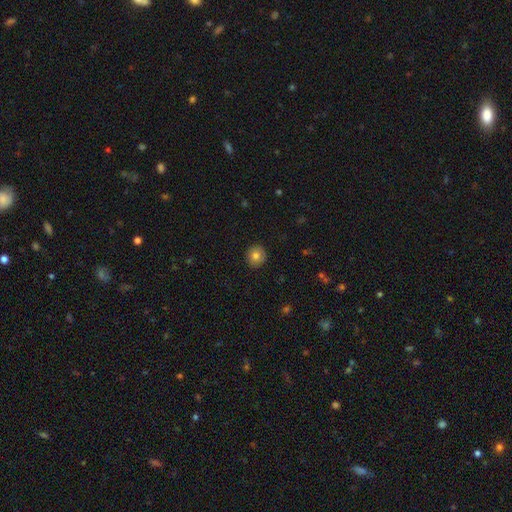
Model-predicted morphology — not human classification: smooth-or-featured: smooth: 80% | featured or disk: 12% | star or artifact: 9%
  how-rounded: round: 91% | in between: 8% | cigar-shaped: 1%
  merging: none: 91% | minor disturbance: 7% | major disturbance: 2% | merger: 1%